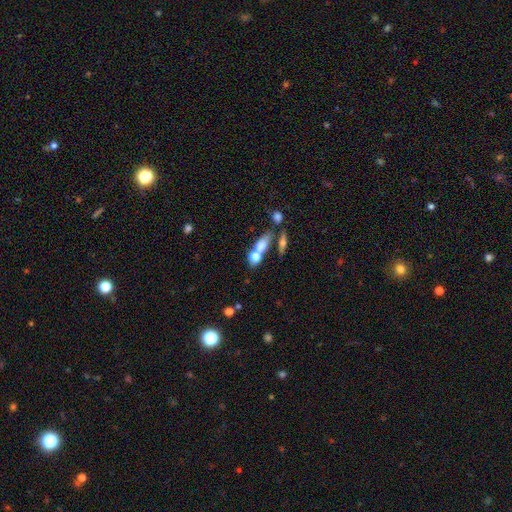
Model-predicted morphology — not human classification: This appears to be a smooth galaxy with no disk features (70%) that is in between round and cigar-shaped (55%). Merging: merger (61%).